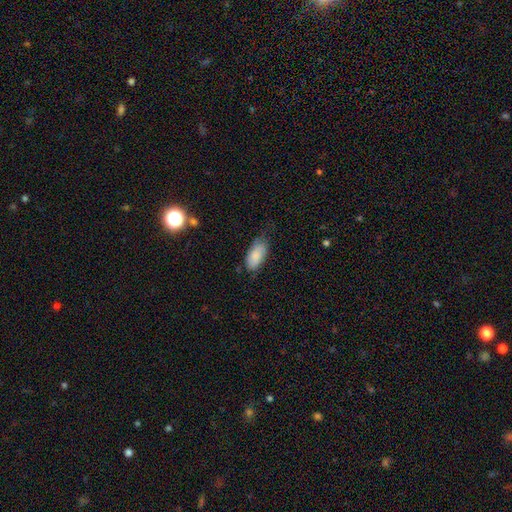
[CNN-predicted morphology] smooth-or-featured: smooth: 84% | featured or disk: 10% | star or artifact: 6%
  how-rounded: in between: 92% | cigar-shaped: 5% | round: 2%
  merging: none: 58% | minor disturbance: 32% | major disturbance: 9% | merger: 2%